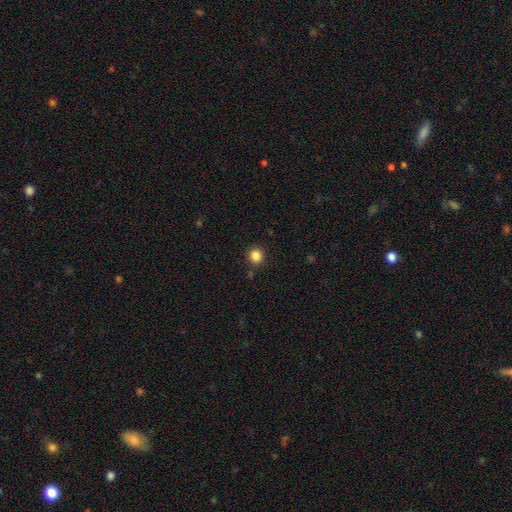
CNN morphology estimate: The model was most divided on "smooth or featured": smooth: 85%, star or artifact: 12%, featured or disk: 4%. More confident: how rounded — round (93%); merging — none (89%).